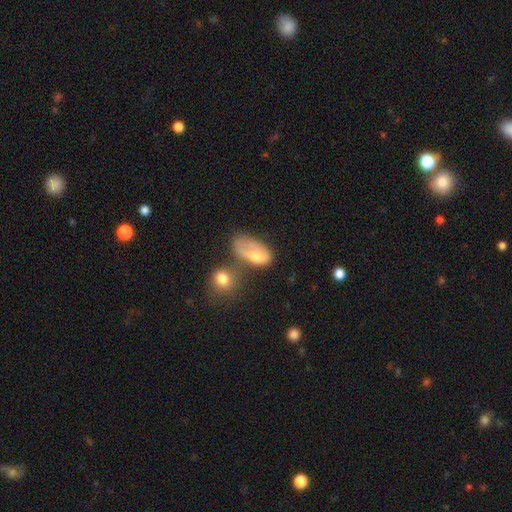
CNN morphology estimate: Smooth or featured? smooth (62%)
How rounded? in between (86%)
Merging? none (28%)